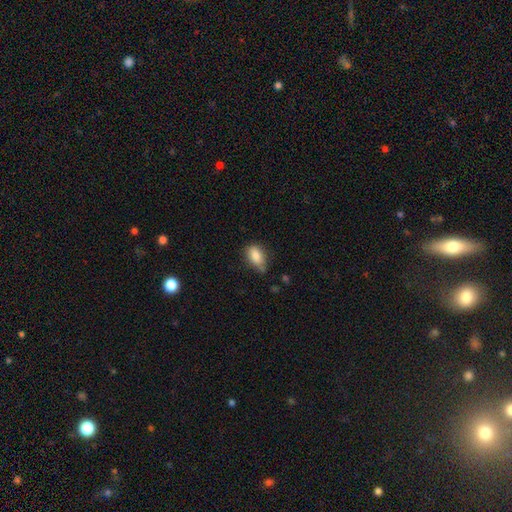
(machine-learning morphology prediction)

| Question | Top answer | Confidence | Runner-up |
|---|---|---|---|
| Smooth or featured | smooth | 82% | featured or disk (10%) |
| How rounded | in between | 85% | round (11%) |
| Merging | none | 54% | minor disturbance (36%) |